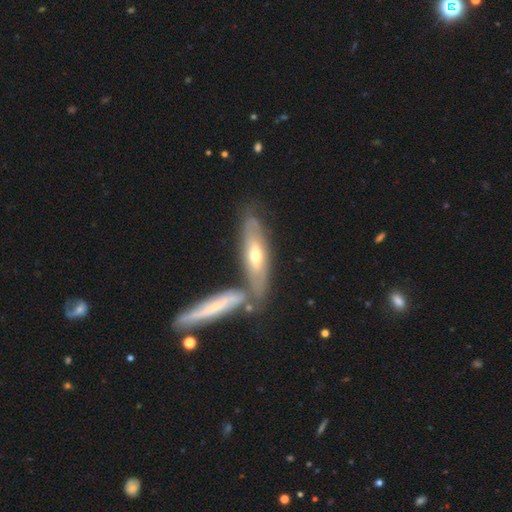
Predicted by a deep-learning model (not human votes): Overall: featured or disk (58%; smooth 37%). Edge-on disk: yes (53%; no 47%). Merging: none (54%; merger 29%).